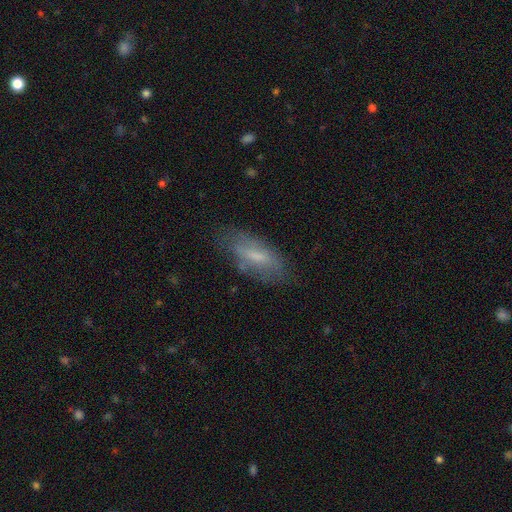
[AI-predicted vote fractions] This appears to be a smooth galaxy with no disk features (58%) that is in between round and cigar-shaped (73%). Merging: none (67%).